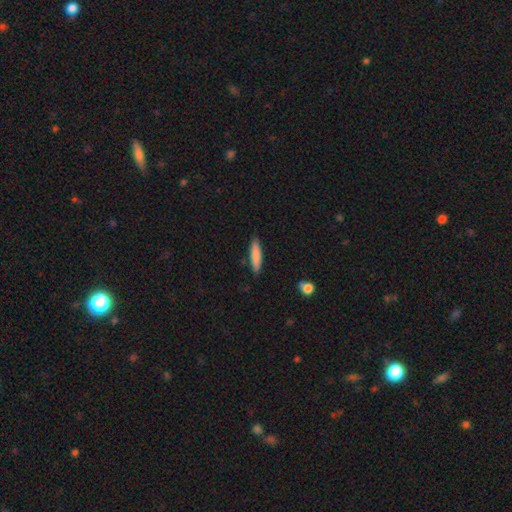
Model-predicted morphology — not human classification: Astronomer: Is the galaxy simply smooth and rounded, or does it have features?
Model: smooth — 83%.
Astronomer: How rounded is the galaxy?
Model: cigar-shaped — 83%.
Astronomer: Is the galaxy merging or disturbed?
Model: none — 87%.